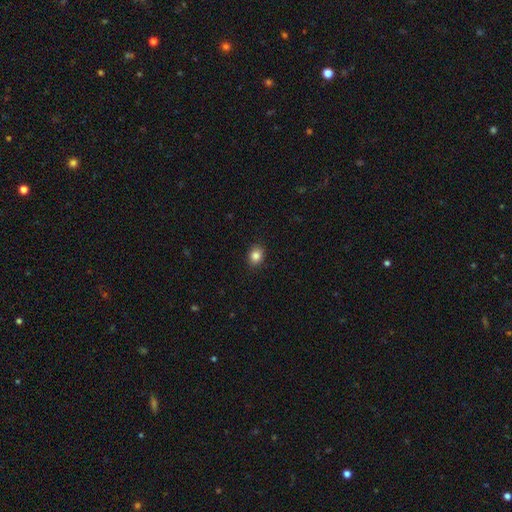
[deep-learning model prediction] Morphology: type=smooth (85%); roundness=round (51%); merging=none (89%).